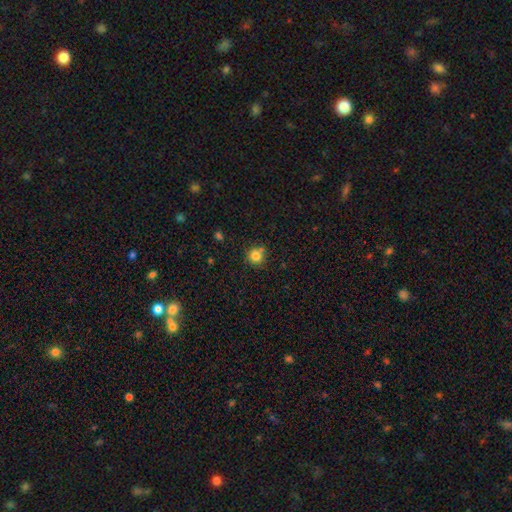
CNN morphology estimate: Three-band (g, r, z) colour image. It shows a smooth galaxy with no disk features (81%) that is round (91%). Merging: none (74%).